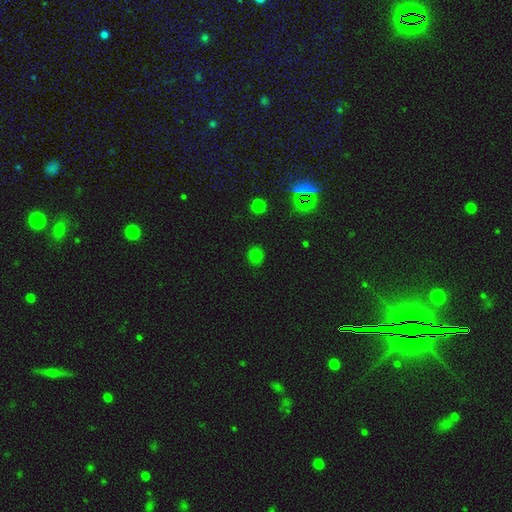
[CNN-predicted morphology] Smooth or featured: smooth — 75% (star or artifact — 20%)
How rounded: round — 84% (in between — 15%)
Merging: none — 87% (minor disturbance — 9%)